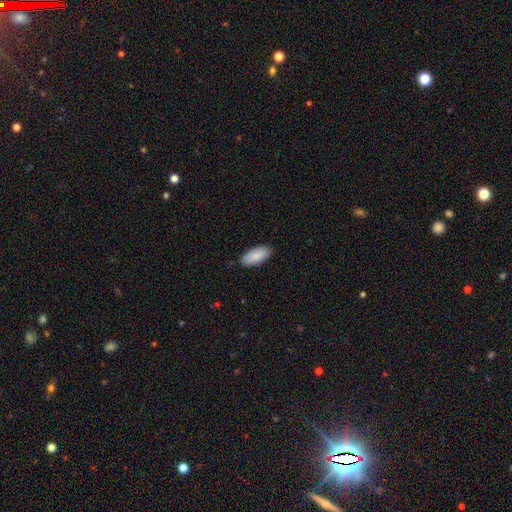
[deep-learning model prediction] smooth_or_featured: smooth (p=0.88) [alt: featured or disk p=0.06]
how_rounded: in between (p=0.89) [alt: cigar-shaped p=0.09]
merging: none (p=0.88) [alt: minor disturbance p=0.09]